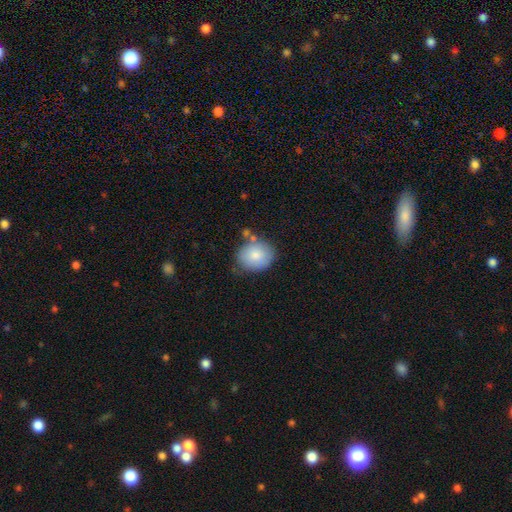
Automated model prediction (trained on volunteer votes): Q: Smooth or featured?
A: smooth (81%); runner-up: featured or disk (11%)
Q: How rounded?
A: round (62%); runner-up: in between (37%)
Q: Merging?
A: none (64%); runner-up: minor disturbance (22%)